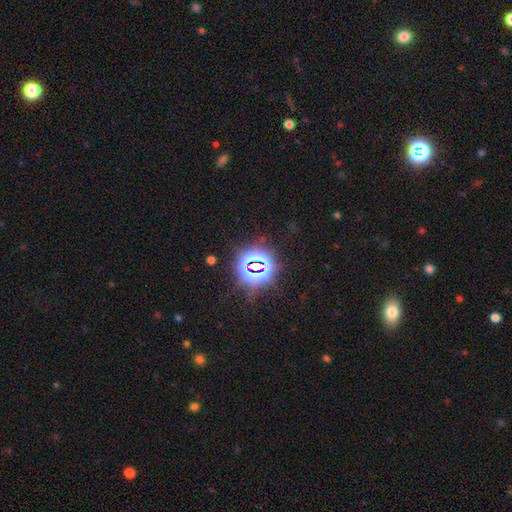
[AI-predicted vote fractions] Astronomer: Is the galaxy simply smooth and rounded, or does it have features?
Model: star or artifact — 80%.